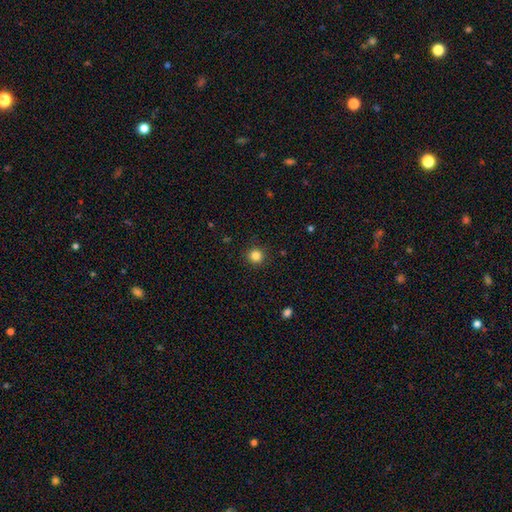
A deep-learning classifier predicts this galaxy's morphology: Q: Smooth or featured?
A: smooth (84%); runner-up: star or artifact (12%)
Q: How rounded?
A: round (94%); runner-up: in between (5%)
Q: Merging?
A: none (91%); runner-up: minor disturbance (6%)